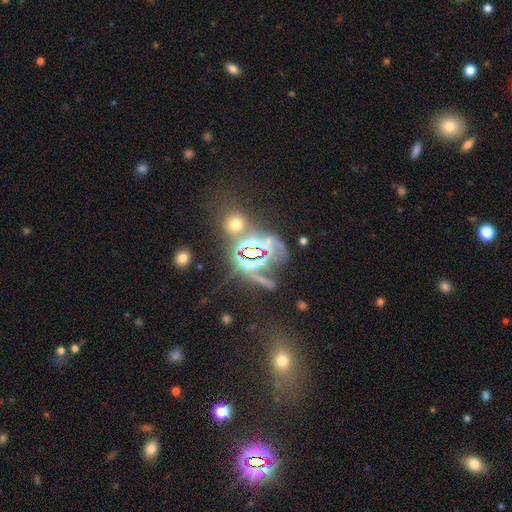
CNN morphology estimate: smooth-or-featured: star or artifact: 68% | smooth: 18% | featured or disk: 14%